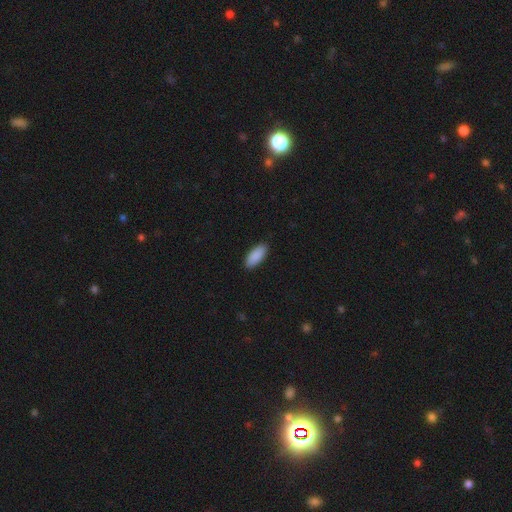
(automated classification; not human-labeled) This appears to be a smooth galaxy with no disk features (91%) that is in between round and cigar-shaped (87%). Merging: none (89%).